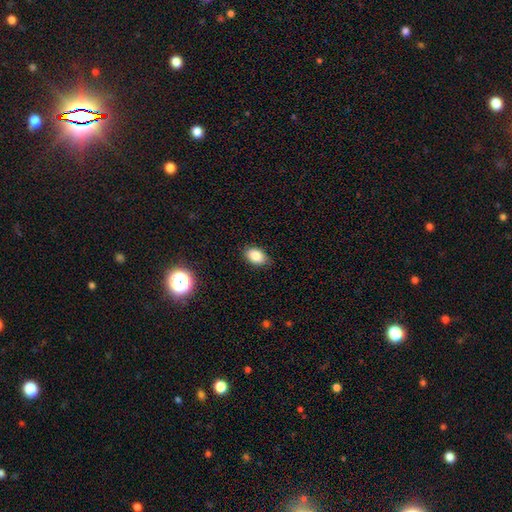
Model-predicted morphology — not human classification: This appears to be a smooth galaxy with no disk features (83%) that is in between round and cigar-shaped (85%). Merging: none (83%).